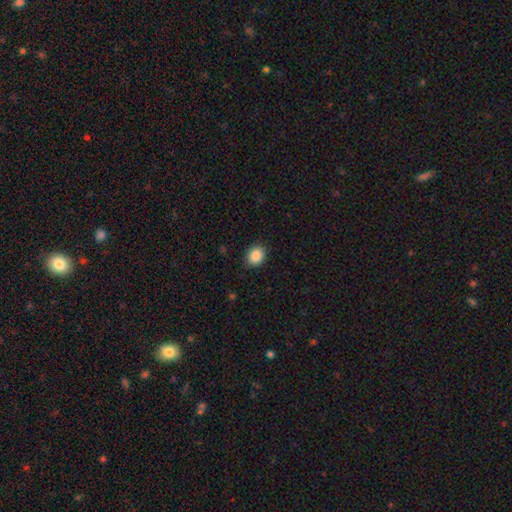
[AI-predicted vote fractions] Morphology: type=smooth (88%); roundness=round (58%); merging=none (87%).